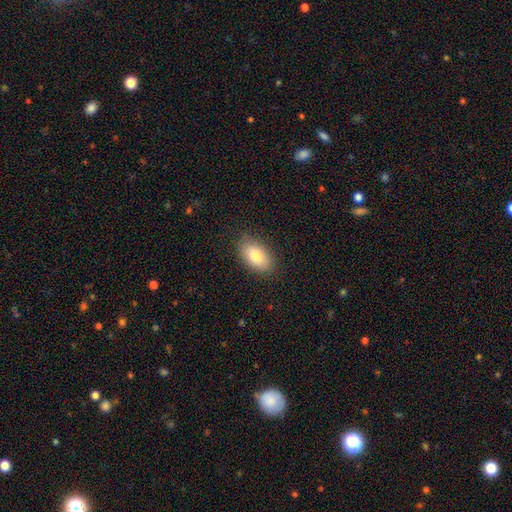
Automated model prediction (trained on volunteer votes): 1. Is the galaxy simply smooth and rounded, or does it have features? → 83% smooth, 10% featured or disk, 7% star or artifact.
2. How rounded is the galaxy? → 93% in between, 5% round, 2% cigar-shaped.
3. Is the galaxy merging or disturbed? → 86% none, 10% minor disturbance, 3% major disturbance, 1% merger.